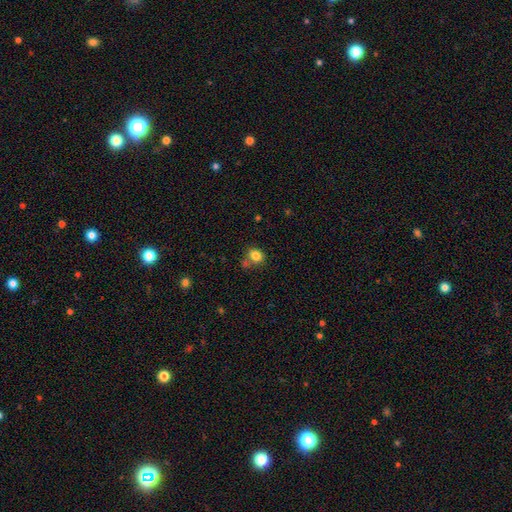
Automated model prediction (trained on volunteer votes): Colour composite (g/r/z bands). It shows a smooth galaxy with no disk features (82%) that is round (63%). Merging: none (63%).